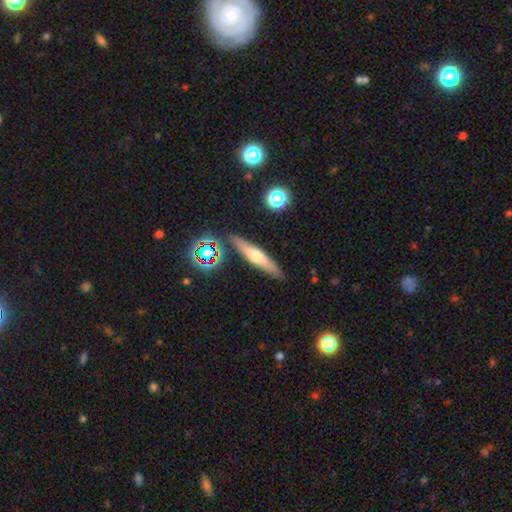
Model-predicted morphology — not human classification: Smooth or featured?
  - featured or disk: 50% *
  - smooth: 40%
  - star or artifact: 10%
Edge-on disk?
  - yes: 92% *
  - no: 8%
Merging?
  - none: 86% *
  - minor disturbance: 8%
  - merger: 3%
  - major disturbance: 2%